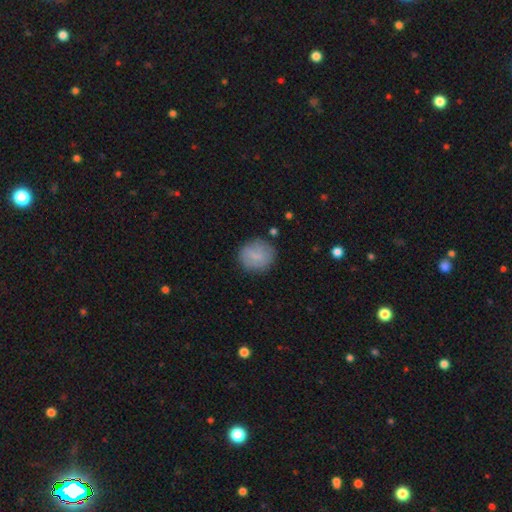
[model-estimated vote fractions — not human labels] This appears to be a smooth galaxy with no disk features (74%) that is round (81%). Merging: none (78%).